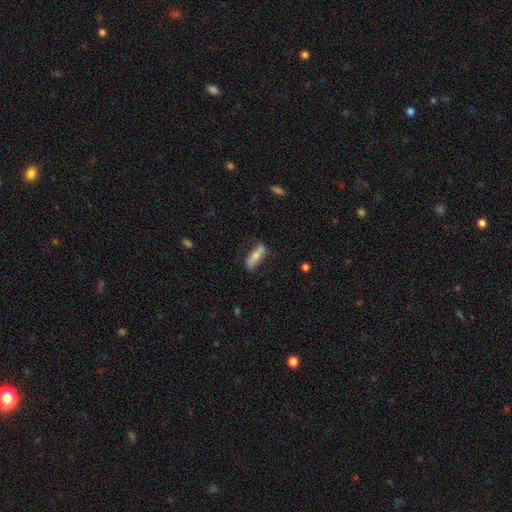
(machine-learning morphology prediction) Smooth or featured? Predicted: smooth (p=0.61). How rounded? Predicted: in between (p=0.50). Merging? Predicted: none (p=0.77).